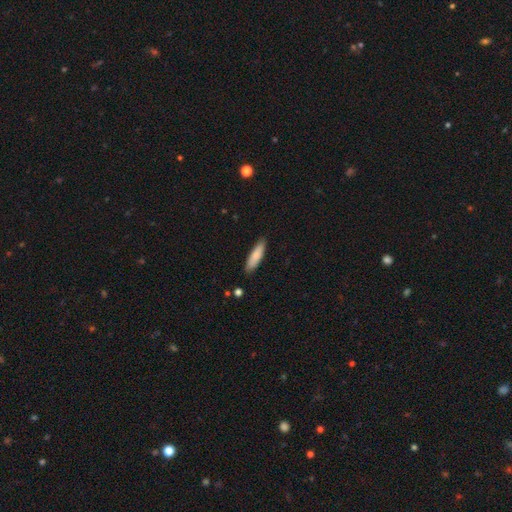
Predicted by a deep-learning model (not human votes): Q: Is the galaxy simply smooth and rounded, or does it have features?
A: smooth — 83%.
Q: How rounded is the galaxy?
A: cigar-shaped — 67%.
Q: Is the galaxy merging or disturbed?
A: none — 86%.